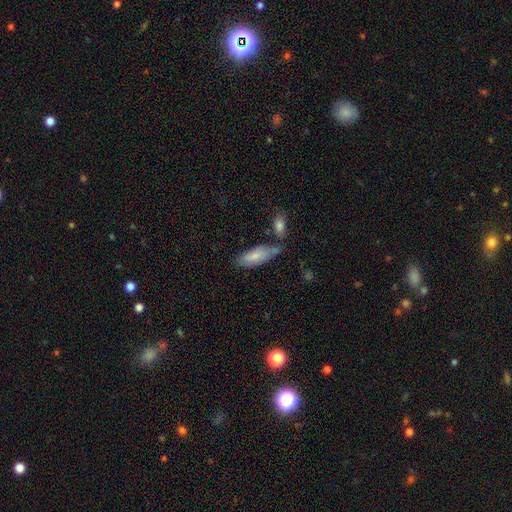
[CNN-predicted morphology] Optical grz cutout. It shows a smooth galaxy with no disk features (76%) that is in between round and cigar-shaped (71%). Merging: none (56%).